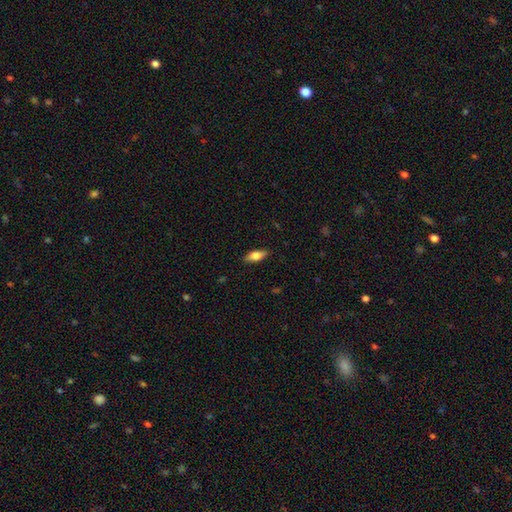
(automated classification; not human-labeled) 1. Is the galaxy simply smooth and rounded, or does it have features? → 71% smooth, 23% featured or disk, 7% star or artifact.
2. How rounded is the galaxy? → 74% in between, 22% cigar-shaped, 3% round.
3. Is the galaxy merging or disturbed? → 87% none, 10% minor disturbance, 2% major disturbance, 1% merger.